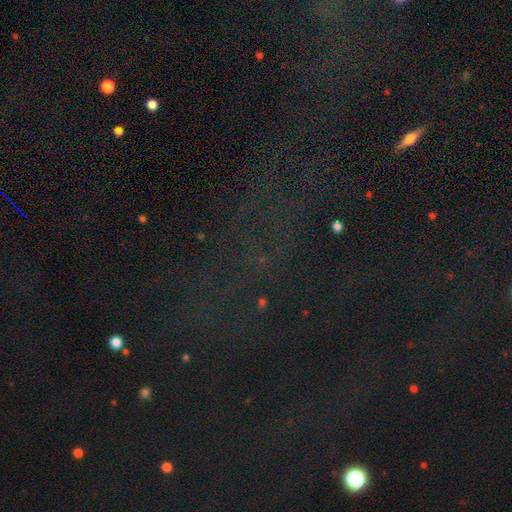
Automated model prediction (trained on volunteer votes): A star or artifact, not a galaxy (75%).